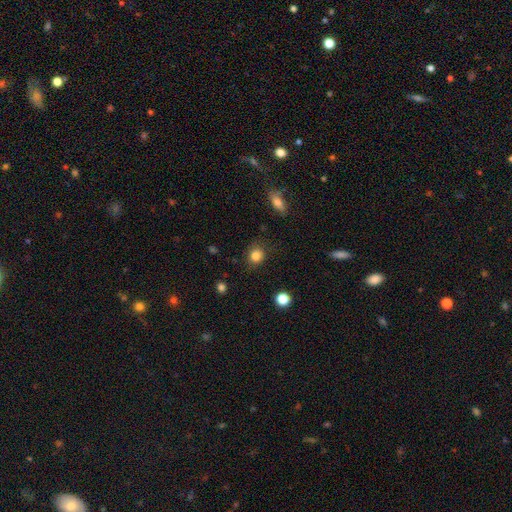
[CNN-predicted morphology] smooth-or-featured: smooth: 84% | star or artifact: 11% | featured or disk: 5%
  how-rounded: round: 81% | in between: 18% | cigar-shaped: 1%
  merging: none: 83% | minor disturbance: 12% | major disturbance: 4% | merger: 2%